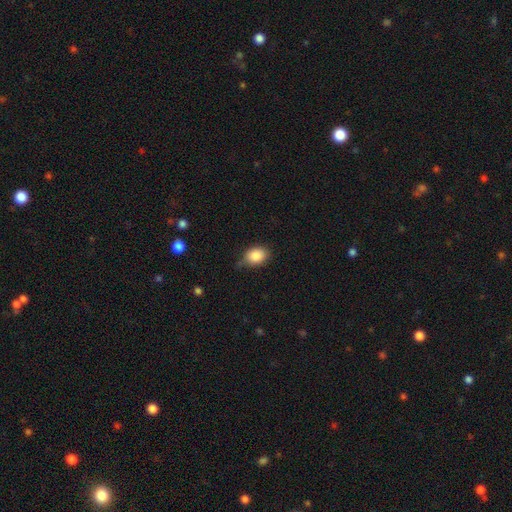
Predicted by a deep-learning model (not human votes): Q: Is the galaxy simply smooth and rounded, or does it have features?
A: smooth — 87%.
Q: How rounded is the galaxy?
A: in between — 71%.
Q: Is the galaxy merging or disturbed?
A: none — 70%.